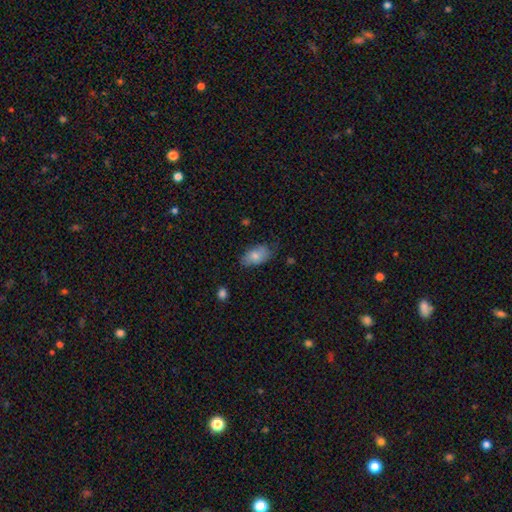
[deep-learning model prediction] smooth-or-featured: smooth: 79% | featured or disk: 14% | star or artifact: 7%
  how-rounded: in between: 92% | round: 6% | cigar-shaped: 2%
  merging: none: 62% | minor disturbance: 29% | major disturbance: 7% | merger: 2%